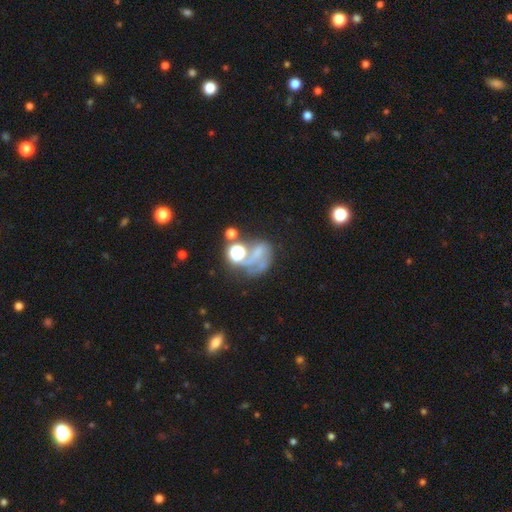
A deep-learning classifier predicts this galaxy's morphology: Q: Smooth or featured?
A: featured or disk (39%); runner-up: smooth (31%)
Q: Merging?
A: major disturbance (36%); runner-up: none (27%)